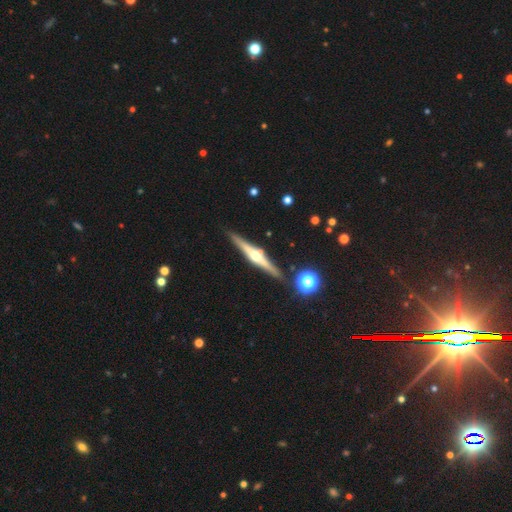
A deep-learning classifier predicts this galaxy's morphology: featured or disk 78%, smooth 15%, star or artifact 7%. Down the decision tree: edge-on disk — yes (98%); edge-on bulge — rounded (92%); merging — none (87%).